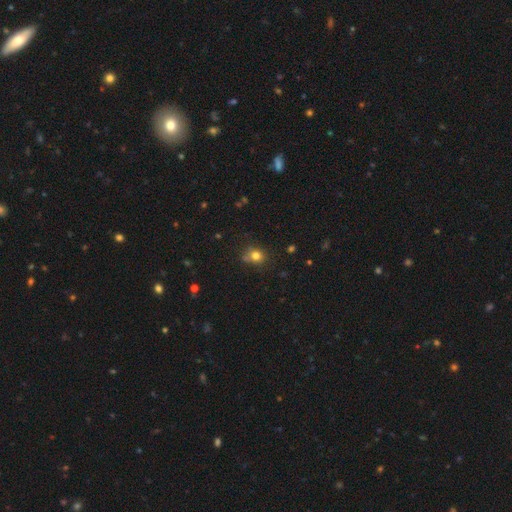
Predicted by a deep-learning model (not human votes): Smooth or featured? smooth (77%)
How rounded? round (75%)
Merging? none (68%)